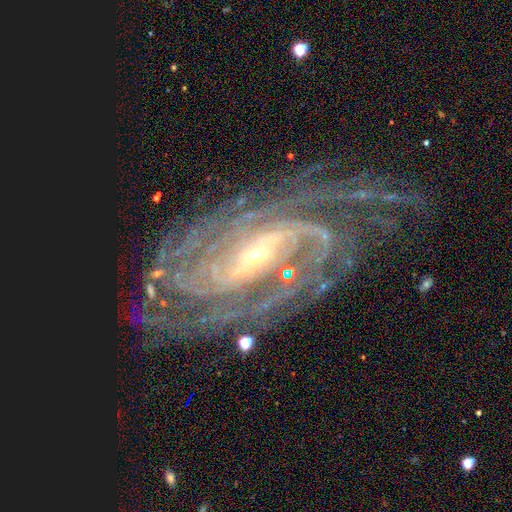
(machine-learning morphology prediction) smooth-or-featured: featured or disk: 92% | star or artifact: 5% | smooth: 3%
  disk-edge-on: no: 95% | yes: 5%
    bar: strong: 37% | weak: 36% | no: 27%
    has-spiral-arms: yes: 98% | no: 2%
      spiral-winding: tight: 69% | medium: 25% | loose: 6%
      spiral-arm-count: 4: 20% (tied) | can't tell: 20% (tied) | more than 4: 19% | 2: 17% | 3: 16% | 1: 8%
    bulge-size: small: 72% | moderate: 24% | large: 2% | none: 1% | dominant: 1%
  merging: none: 70% | minor disturbance: 18% | major disturbance: 10% | merger: 2%